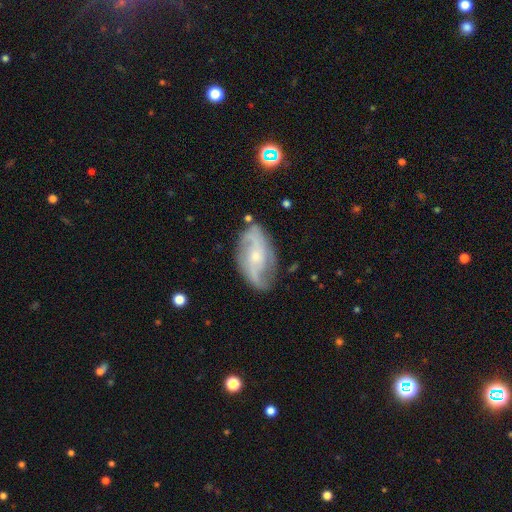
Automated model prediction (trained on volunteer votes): This appears to be a featured or disk galaxy (80%) with no bar (57%), 2 (70%) medium (41%) spiral arms (93%) and a small central bulge (65%). Merging: none (72%).